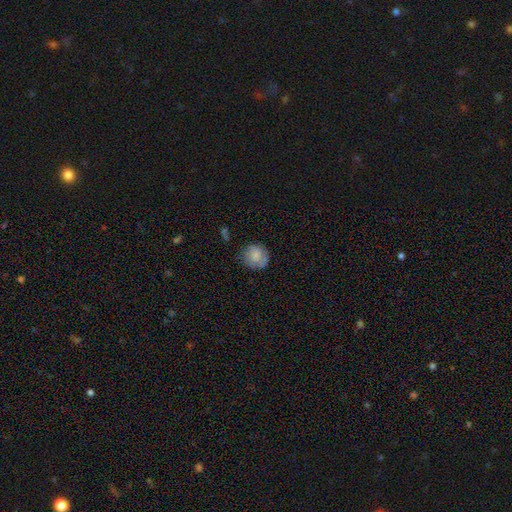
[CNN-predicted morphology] smooth-or-featured: smooth: 78% | featured or disk: 14% | star or artifact: 8%
  how-rounded: round: 87% | in between: 12% | cigar-shaped: 1%
  merging: none: 71% | minor disturbance: 20% | major disturbance: 6% | merger: 3%